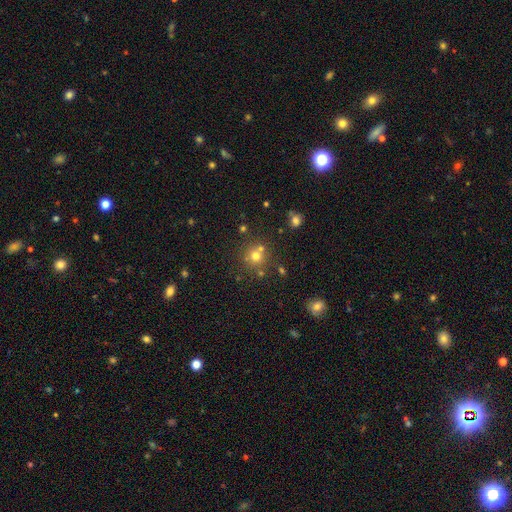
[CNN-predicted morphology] smooth 64%, star or artifact 24%, featured or disk 11%. Down the decision tree: how rounded — round (90%); merging — none (68%).